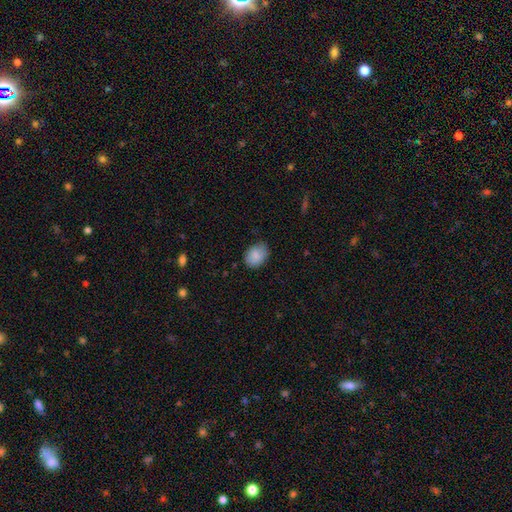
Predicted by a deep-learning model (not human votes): Q: Smooth or featured?
A: smooth (86%); runner-up: star or artifact (7%)
Q: How rounded?
A: in between (68%); runner-up: round (31%)
Q: Merging?
A: none (75%); runner-up: minor disturbance (20%)